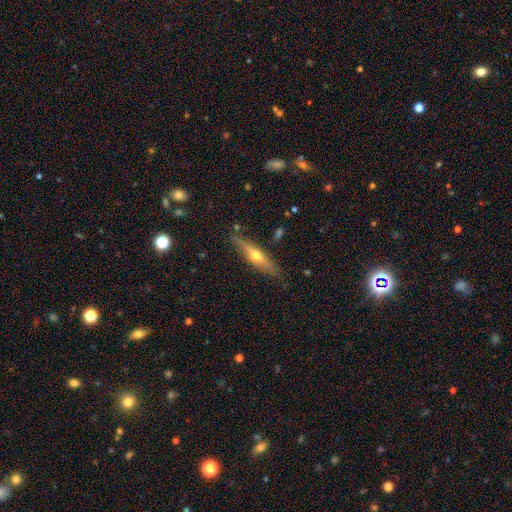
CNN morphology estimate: A featured or disk galaxy (62%) viewed edge-on (93%) with a rounded central bulge (91%). Merging: none (82%).